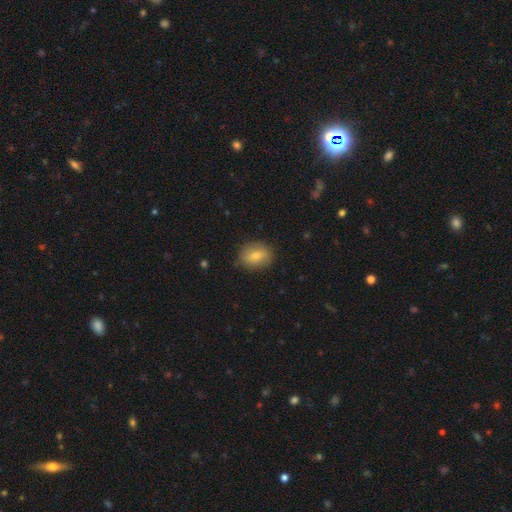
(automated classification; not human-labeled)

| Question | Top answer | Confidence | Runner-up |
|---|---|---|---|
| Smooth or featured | smooth | 74% | featured or disk (18%) |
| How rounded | in between | 52% | round (46%) |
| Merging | none | 85% | minor disturbance (11%) |